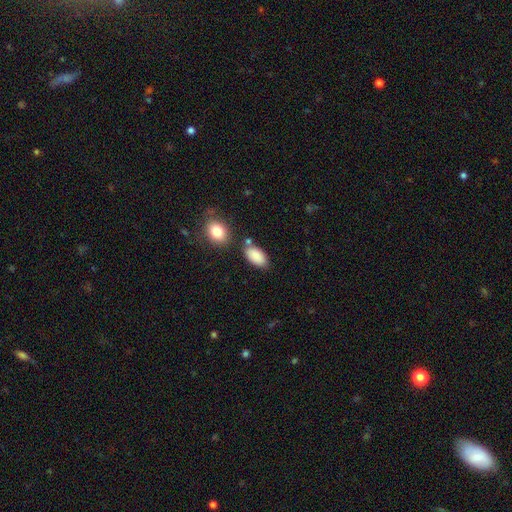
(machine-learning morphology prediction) smooth-or-featured: smooth: 88% | star or artifact: 7% | featured or disk: 5%
  how-rounded: in between: 94% | round: 4% | cigar-shaped: 3%
  merging: none: 70% | minor disturbance: 15% | merger: 11% | major disturbance: 4%